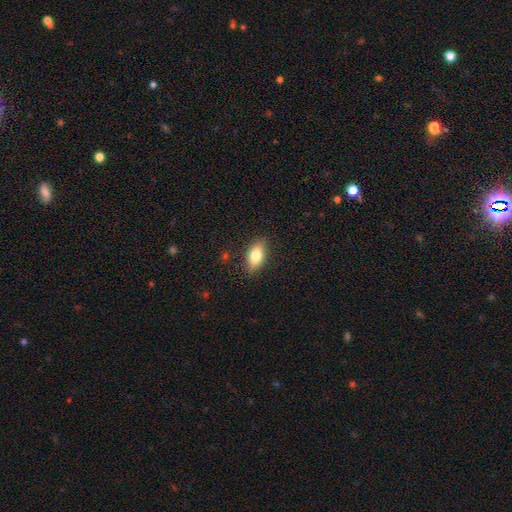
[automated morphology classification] Smooth or featured? smooth (78%)
How rounded? in between (86%)
Merging? none (86%)